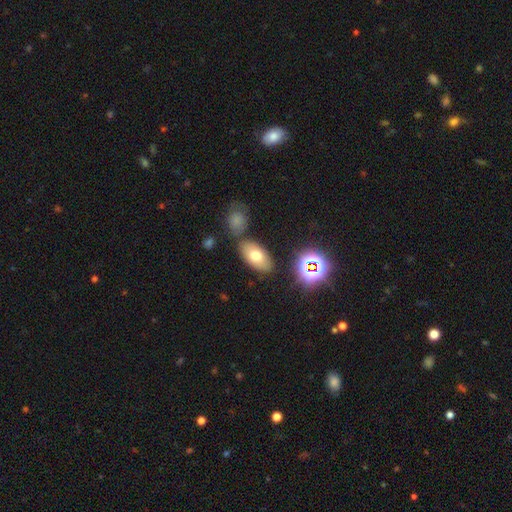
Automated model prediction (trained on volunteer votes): This is likely a smooth galaxy (69%). How rounded: clearly in between (91%). Merging: likely none (77%).